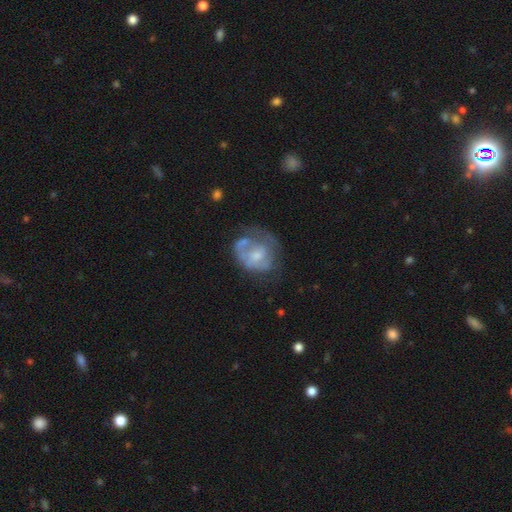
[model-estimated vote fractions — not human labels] This appears to be a featured or disk galaxy (60%) with no bar (73%), no spiral arms (53%) and a moderate central bulge (43%). Merging: none (36%).